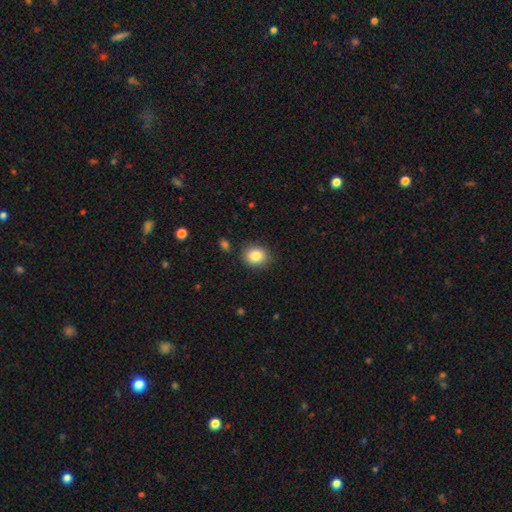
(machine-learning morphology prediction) A smooth galaxy with no disk features (85%) that is round (62%).

Vote fractions:
- Smooth or featured? smooth: 85% / star or artifact: 9% / featured or disk: 6%
- How rounded? round: 62% / in between: 37% / cigar-shaped: 1%
- Merging? none: 86% / minor disturbance: 9% / major disturbance: 2% / merger: 2%